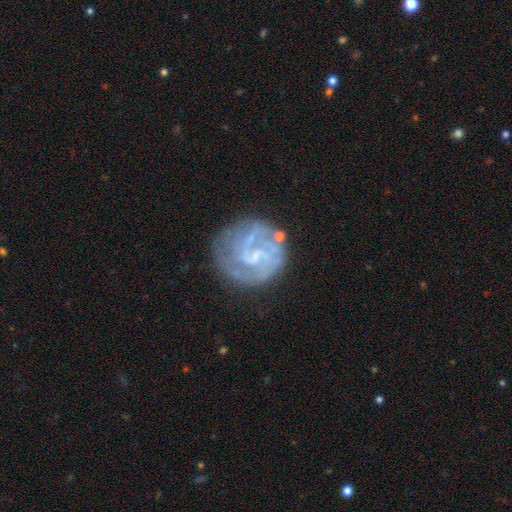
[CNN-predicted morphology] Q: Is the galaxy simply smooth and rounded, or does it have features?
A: featured or disk — 81%.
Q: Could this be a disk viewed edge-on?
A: no — 98%.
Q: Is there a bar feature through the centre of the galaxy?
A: weak — 53%.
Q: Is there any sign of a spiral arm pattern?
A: yes — 91%.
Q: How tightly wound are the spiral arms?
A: tight — 52%.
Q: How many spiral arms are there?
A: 2 — 40%.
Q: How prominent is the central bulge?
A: small — 50%.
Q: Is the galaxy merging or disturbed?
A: none — 70%.